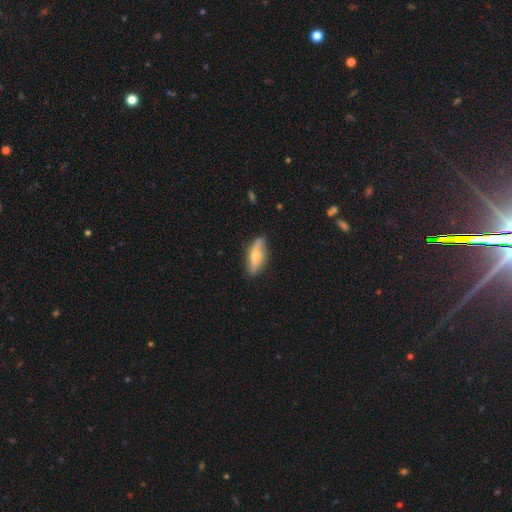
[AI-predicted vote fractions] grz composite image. It shows a smooth galaxy with no disk features (50%). Merging: none (80%).